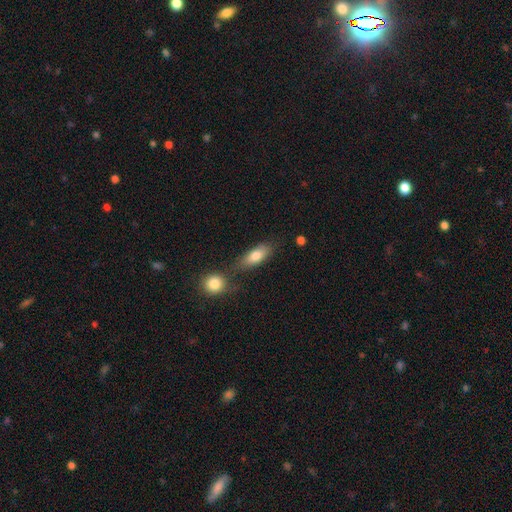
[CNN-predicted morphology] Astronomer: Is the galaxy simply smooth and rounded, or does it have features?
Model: smooth — 79%.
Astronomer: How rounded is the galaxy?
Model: in between — 76%.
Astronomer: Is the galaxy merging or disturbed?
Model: none — 57%.